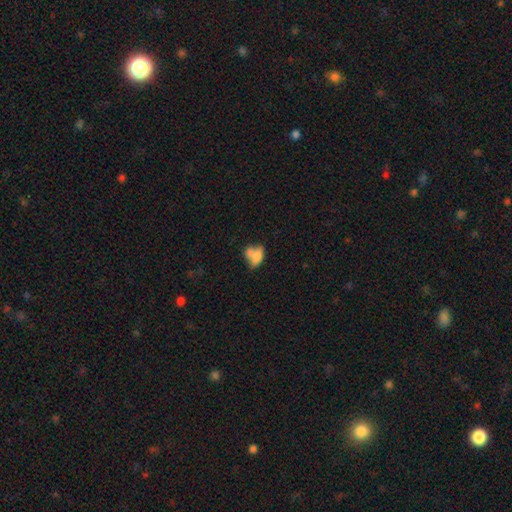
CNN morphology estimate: Smooth or featured? smooth (70%)
How rounded? in between (81%)
Merging? merger (53%)